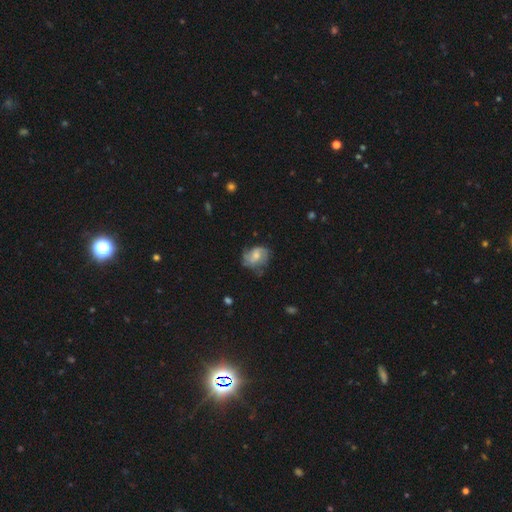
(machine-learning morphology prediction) Smooth or featured?
  - featured or disk: 59% *
  - smooth: 33%
  - star or artifact: 8%
Edge-on disk?
  - no: 97% *
  - yes: 3%
Bar?
  - no: 50% *
  - weak: 43%
  - strong: 8%
Spiral arms?
  - yes: 84% *
  - no: 16%
Bulge size?
  - moderate: 51% *
  - small: 32%
  - none: 8%
  - large: 7%
  - dominant: 1%
Merging?
  - none: 58% *
  - minor disturbance: 27%
  - major disturbance: 13%
  - merger: 2%